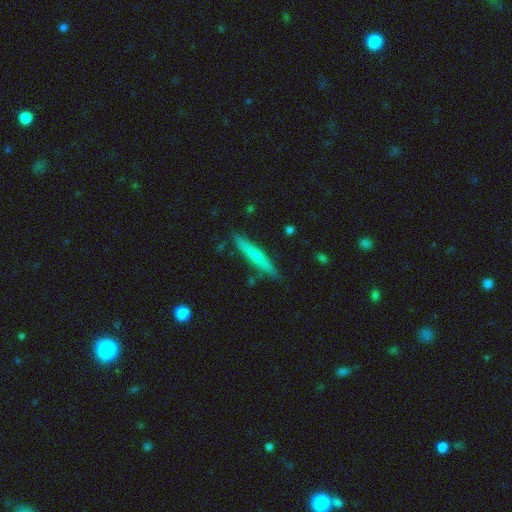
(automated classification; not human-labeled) A smooth galaxy with no disk features (61%) that is cigar-shaped (94%). Merging: none (85%).